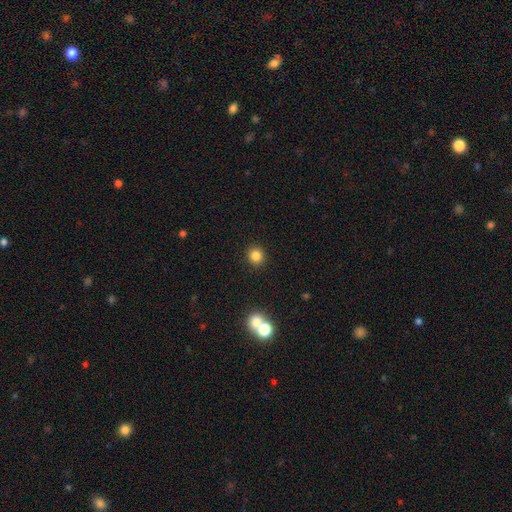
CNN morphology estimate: A smooth galaxy with no disk features (83%) that is round (89%). Merging: none (90%).